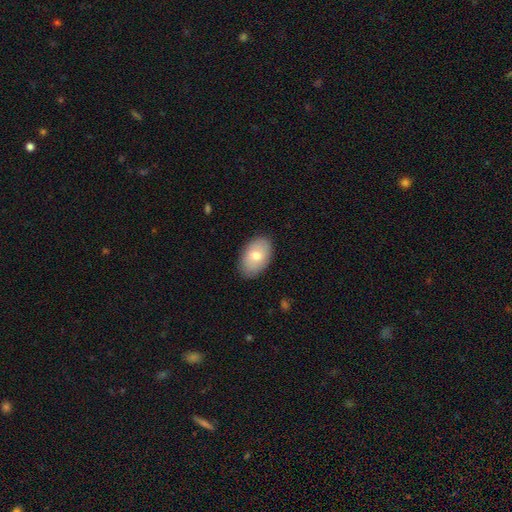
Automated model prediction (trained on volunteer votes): This appears to be a smooth galaxy with no disk features (75%) that is in between round and cigar-shaped (91%). Merging: none (86%).